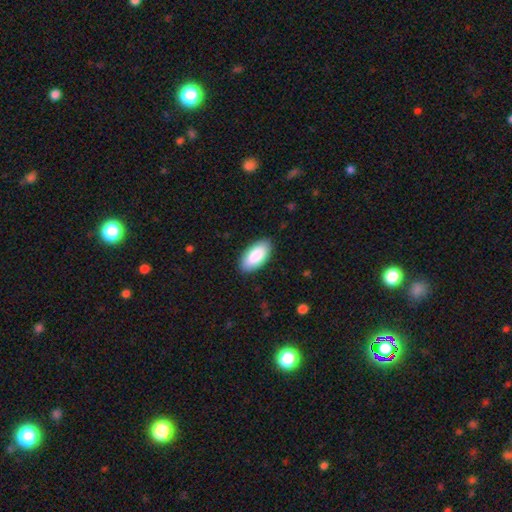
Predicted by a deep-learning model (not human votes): Smooth or featured? Predicted: smooth (p=0.88). How rounded? Predicted: in between (p=0.95). Merging? Predicted: none (p=0.89).